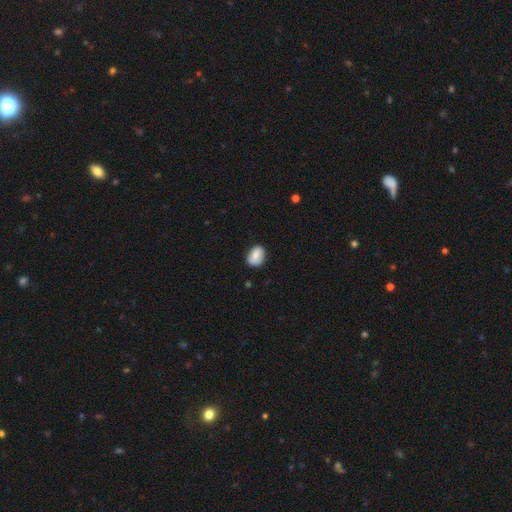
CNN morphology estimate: Overall: smooth (76%). How rounded: in between (69%; round 30%). Merging: none (77%).